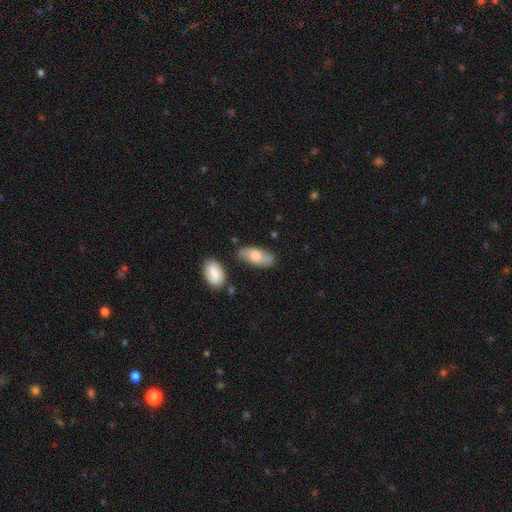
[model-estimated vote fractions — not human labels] Smooth or featured? smooth (62%)
How rounded? in between (84%)
Merging? none (72%)